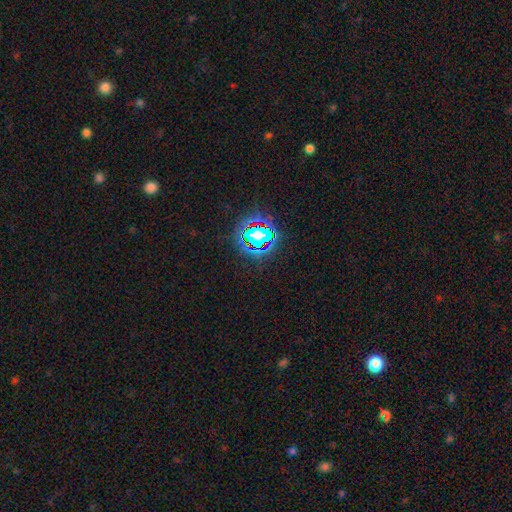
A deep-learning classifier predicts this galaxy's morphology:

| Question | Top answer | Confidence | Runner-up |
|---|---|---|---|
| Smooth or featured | star or artifact | 80% | smooth (13%) |